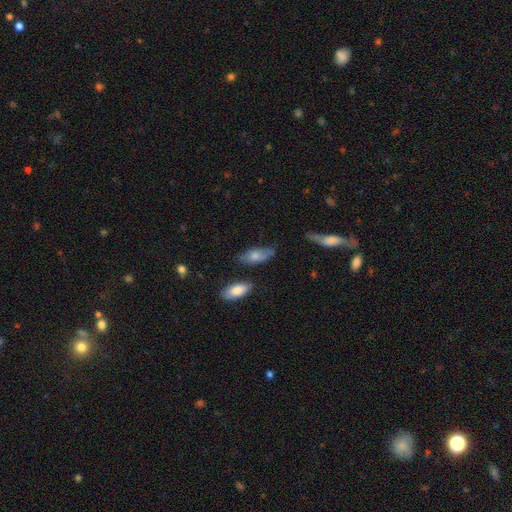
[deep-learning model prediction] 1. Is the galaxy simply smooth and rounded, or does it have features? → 70% smooth, 23% featured or disk, 7% star or artifact.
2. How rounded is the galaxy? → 81% in between, 16% cigar-shaped, 3% round.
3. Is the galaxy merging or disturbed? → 59% none, 29% minor disturbance, 8% major disturbance, 5% merger.